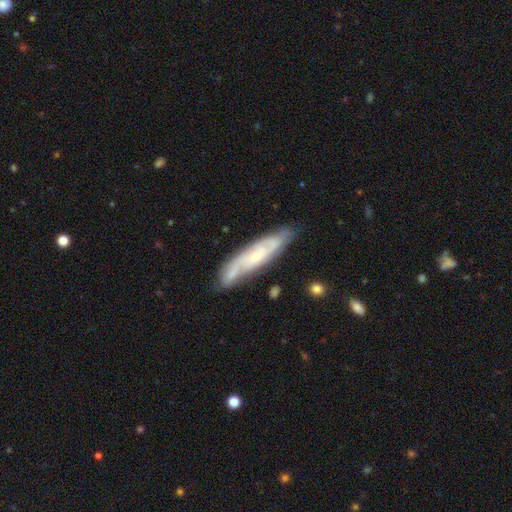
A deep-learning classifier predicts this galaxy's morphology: Smooth or featured: featured or disk — 72% (smooth — 22%)
Edge-on disk: no — 71% (yes — 29%)
Bar: no — 65% (weak — 28%)
Spiral arms: yes — 88% (no — 12%)
Bulge size: small — 68% (moderate — 26%)
Merging: none — 72% (minor disturbance — 20%)